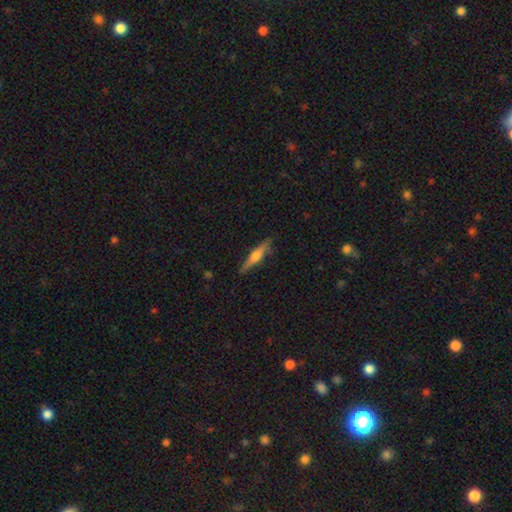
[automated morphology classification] This appears to be a featured or disk galaxy (60%) viewed edge-on (96%) with a rounded central bulge (85%). Merging: none (85%).